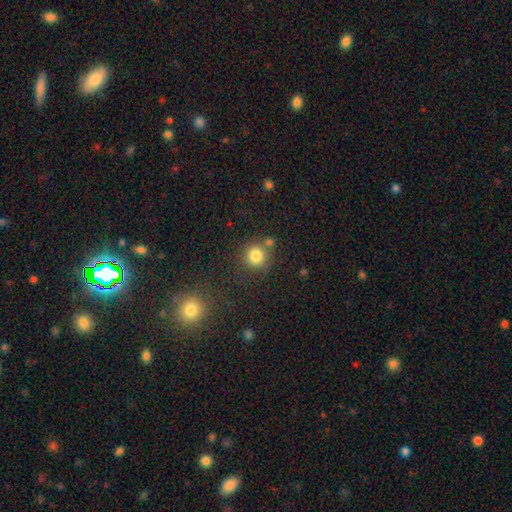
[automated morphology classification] Overall: smooth (82%). How rounded: round (91%). Merging: none (74%).